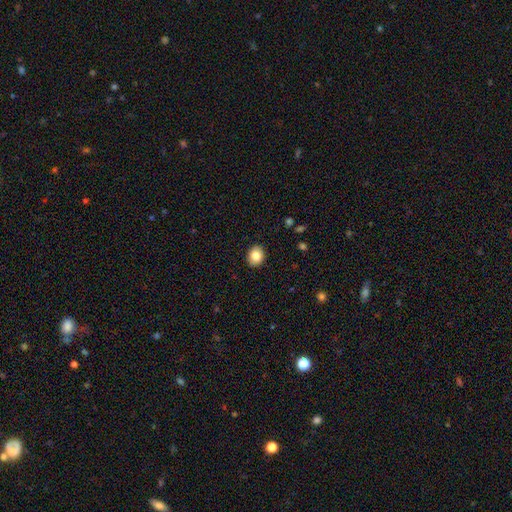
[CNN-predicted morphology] The model was most divided on "how rounded": round: 52%, in between: 47%, cigar-shaped: 1%. More confident: merging — none (90%); smooth or featured — smooth (85%).